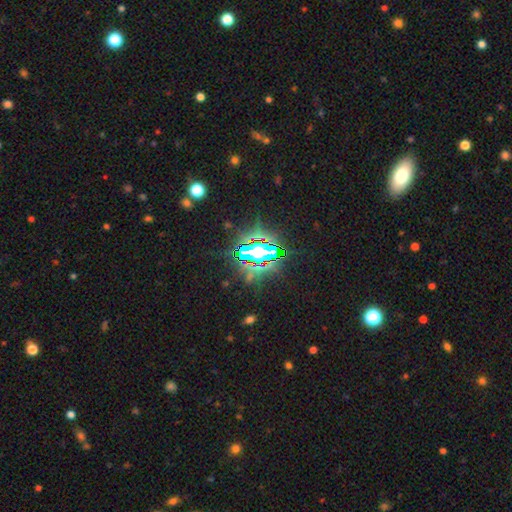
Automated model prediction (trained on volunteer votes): Smooth or featured: star or artifact — 82% (smooth — 10%)